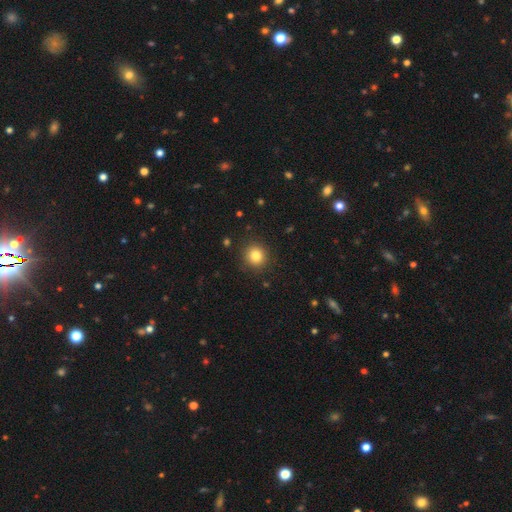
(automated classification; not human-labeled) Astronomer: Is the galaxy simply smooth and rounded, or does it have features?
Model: smooth — 82%.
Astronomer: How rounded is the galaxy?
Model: round — 92%.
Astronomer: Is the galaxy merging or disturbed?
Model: none — 90%.